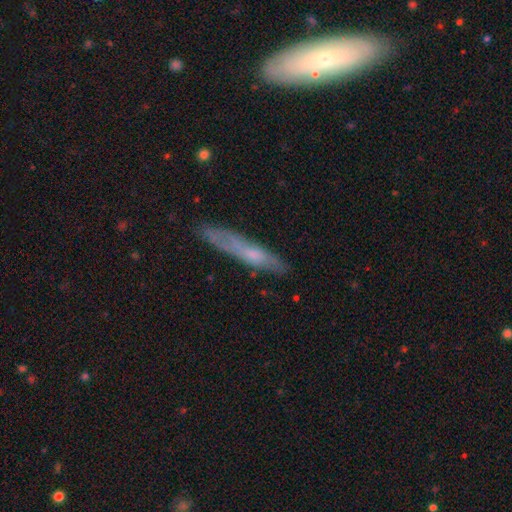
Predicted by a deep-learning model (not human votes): Smooth or featured? smooth (54%)
How rounded? cigar-shaped (84%)
Merging? none (76%)